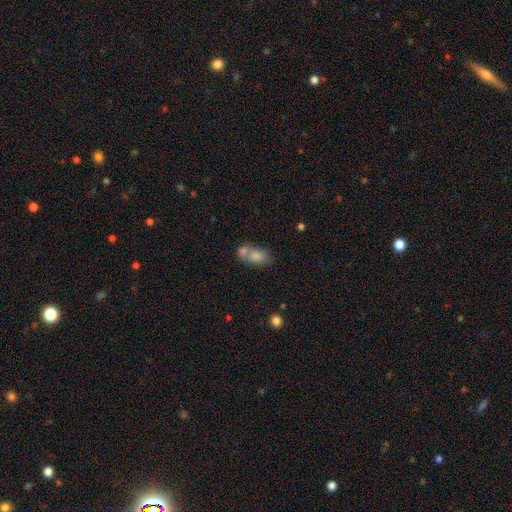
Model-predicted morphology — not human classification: The model was most divided on "merging": merger: 50%, none: 33%, minor disturbance: 12%, major disturbance: 5%. More confident: how rounded — in between (84%); smooth or featured — smooth (77%).